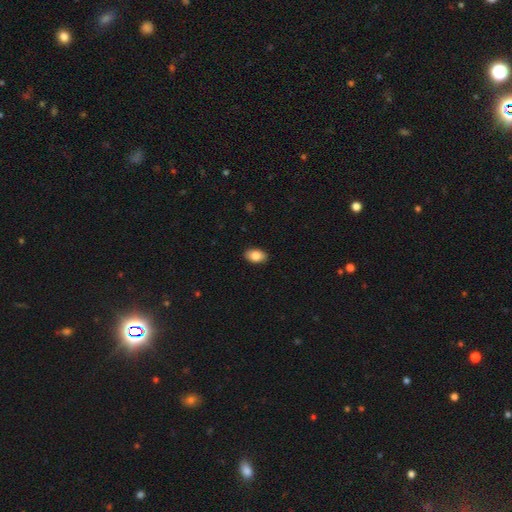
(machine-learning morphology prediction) smooth_or_featured: smooth (p=0.86) [alt: star or artifact p=0.07]
how_rounded: in between (p=0.91) [alt: round p=0.07]
merging: none (p=0.90) [alt: minor disturbance p=0.07]